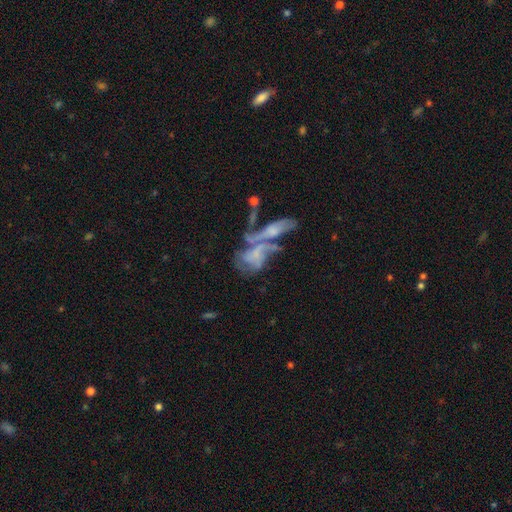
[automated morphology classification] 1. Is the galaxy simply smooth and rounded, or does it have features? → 55% featured or disk, 34% smooth, 11% star or artifact.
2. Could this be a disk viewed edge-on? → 91% no, 9% yes.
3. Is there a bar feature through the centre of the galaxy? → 78% no, 17% weak, 6% strong.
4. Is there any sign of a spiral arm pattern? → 52% yes, 48% no.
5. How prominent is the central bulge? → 52% none, 26% small, 16% moderate, 4% large, 2% dominant.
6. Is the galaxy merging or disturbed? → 54% merger, 19% major disturbance, 17% none, 10% minor disturbance.